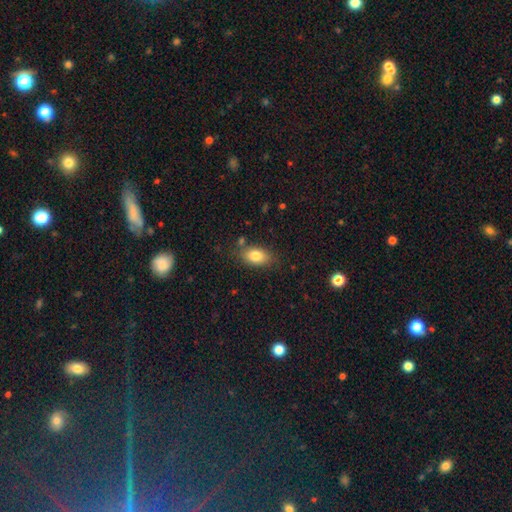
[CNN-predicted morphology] Q: Smooth or featured?
A: smooth (81%); runner-up: featured or disk (10%)
Q: How rounded?
A: in between (87%); runner-up: round (11%)
Q: Merging?
A: none (78%); runner-up: minor disturbance (15%)